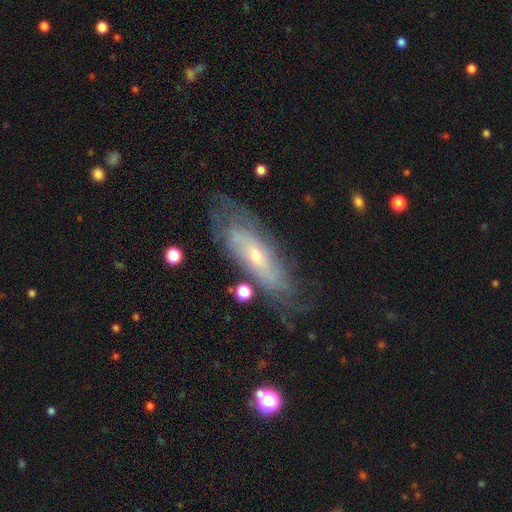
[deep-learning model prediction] featured or disk 67%, smooth 25%, star or artifact 8%. Down the decision tree: edge-on disk — no (74%); merging — none (68%).